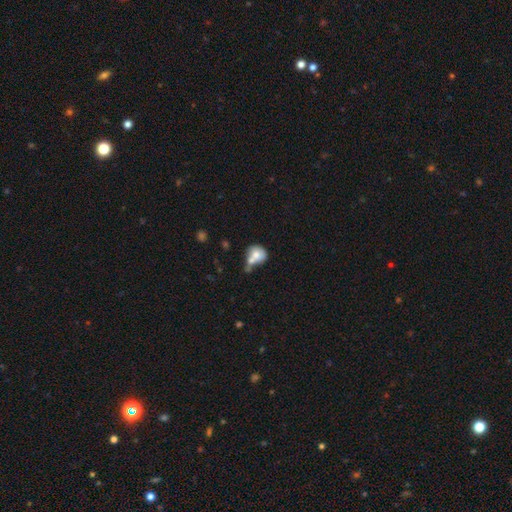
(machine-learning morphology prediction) type=smooth (72%); roundness=round (68%); merging=merger (50%).